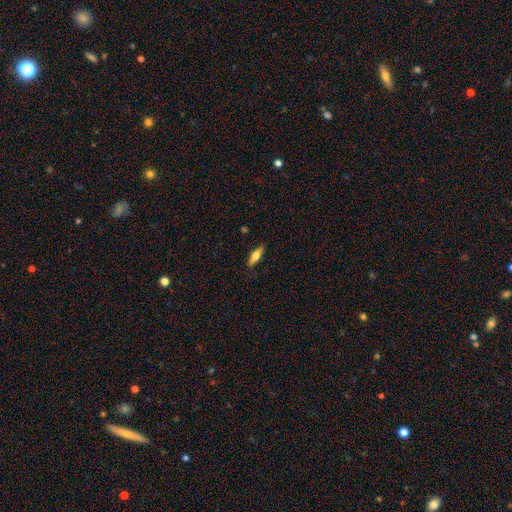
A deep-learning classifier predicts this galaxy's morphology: Smooth or featured? smooth (58%)
How rounded? cigar-shaped (50%)
Merging? none (86%)